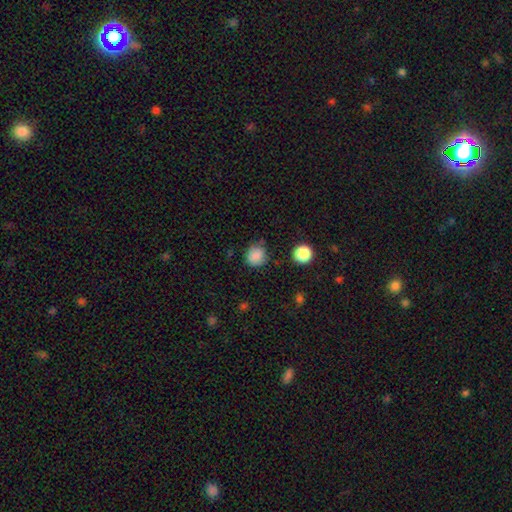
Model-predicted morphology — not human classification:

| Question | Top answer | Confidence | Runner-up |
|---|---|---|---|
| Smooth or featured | smooth | 84% | star or artifact (11%) |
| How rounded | round | 82% | in between (17%) |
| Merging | none | 69% | minor disturbance (22%) |